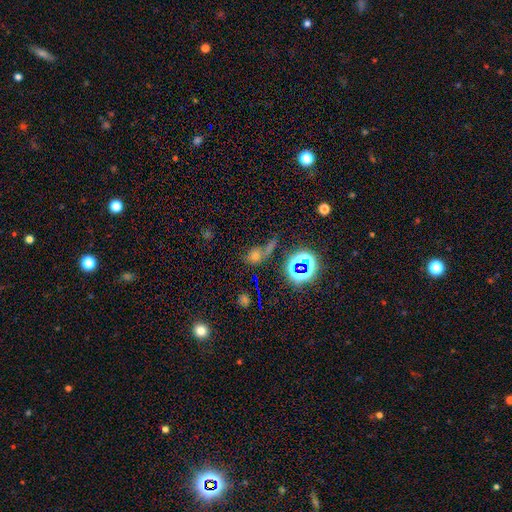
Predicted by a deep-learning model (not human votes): Overall: star or artifact (43%, tied with smooth).